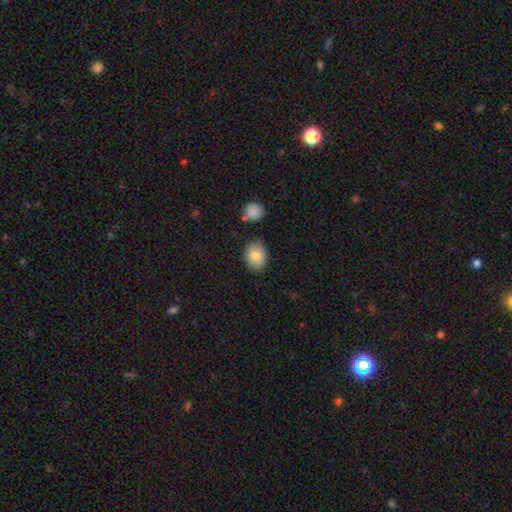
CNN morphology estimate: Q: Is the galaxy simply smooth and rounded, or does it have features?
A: smooth — 83%.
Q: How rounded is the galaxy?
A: in between — 59%.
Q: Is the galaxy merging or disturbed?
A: none — 78%.